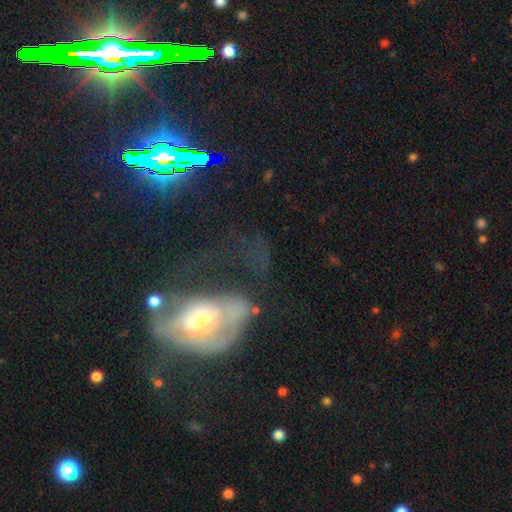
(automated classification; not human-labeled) Smooth or featured? featured or disk (51%)
Edge-on disk? no (91%)
Merging? major disturbance (51%)